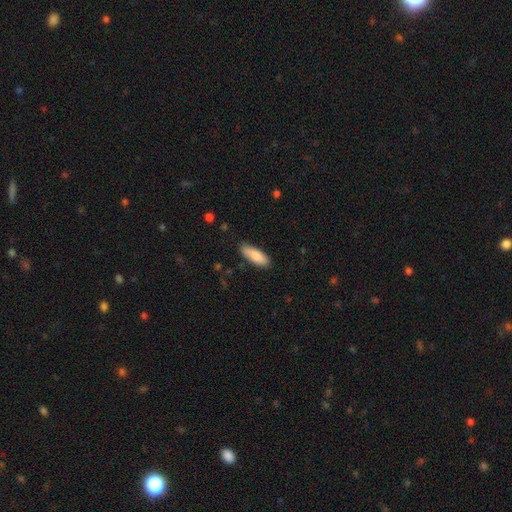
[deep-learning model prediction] A smooth galaxy with no disk features (85%) that is in between round and cigar-shaped (60%).

Vote fractions:
- Smooth or featured? smooth: 85% / featured or disk: 10% / star or artifact: 6%
- How rounded? in between: 60% / cigar-shaped: 39% / round: 2%
- Merging? none: 85% / minor disturbance: 12% / major disturbance: 2% / merger: 1%